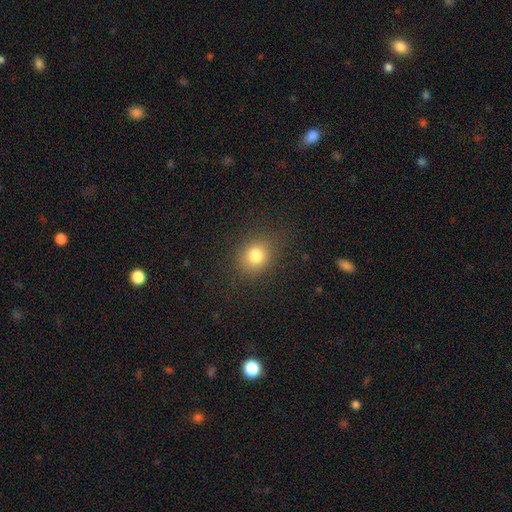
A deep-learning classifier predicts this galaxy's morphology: smooth-or-featured: smooth: 80% | star or artifact: 13% | featured or disk: 7%
  how-rounded: round: 69% | in between: 30% | cigar-shaped: 1%
  merging: none: 84% | minor disturbance: 10% | major disturbance: 4% | merger: 1%